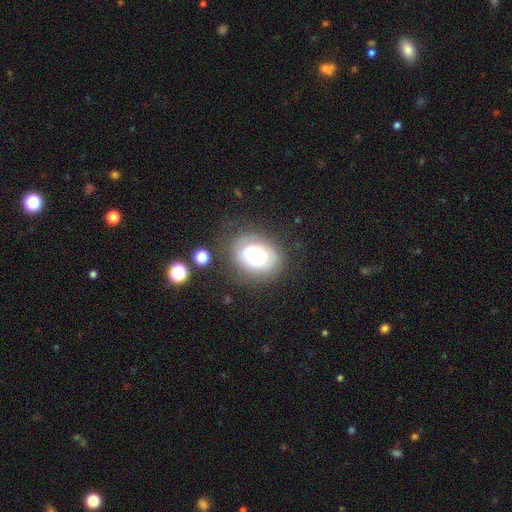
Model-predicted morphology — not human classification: Smooth or featured? Predicted: smooth (p=0.46). Merging? Predicted: none (p=0.65).